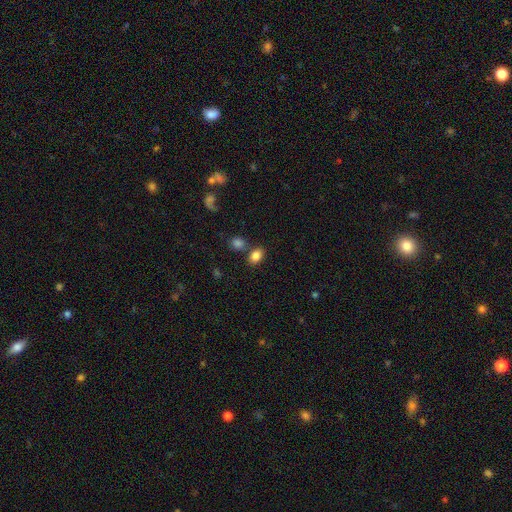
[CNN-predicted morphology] The model was most divided on "merging": none: 69%, merger: 16%, minor disturbance: 11%, major disturbance: 4%. More confident: smooth or featured — smooth (84%); how rounded — in between (76%).